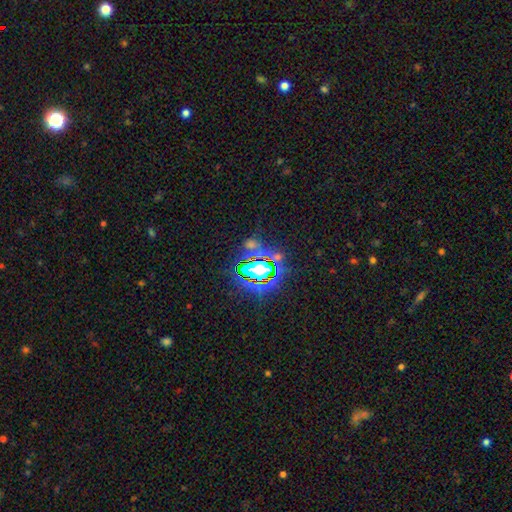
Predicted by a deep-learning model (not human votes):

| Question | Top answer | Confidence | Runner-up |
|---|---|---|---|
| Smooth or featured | star or artifact | 81% | smooth (11%) |